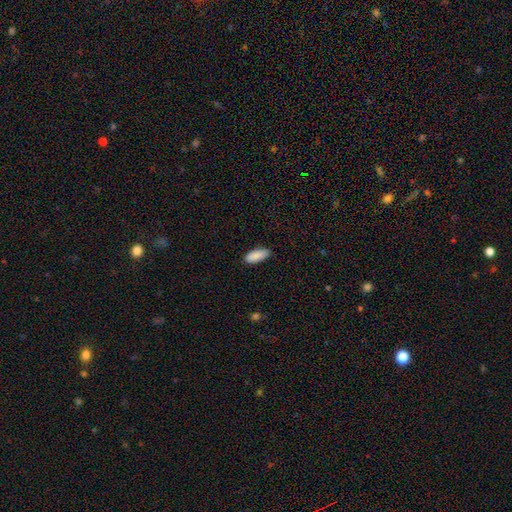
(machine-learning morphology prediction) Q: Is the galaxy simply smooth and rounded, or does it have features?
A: smooth — 90%.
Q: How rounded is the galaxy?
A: in between — 83%.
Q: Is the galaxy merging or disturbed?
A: none — 83%.